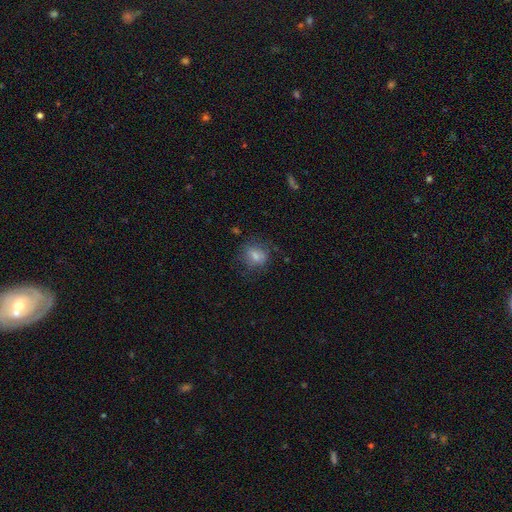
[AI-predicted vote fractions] This is likely a smooth galaxy (72%). How rounded: likely round (61%). Merging: likely none (63%).